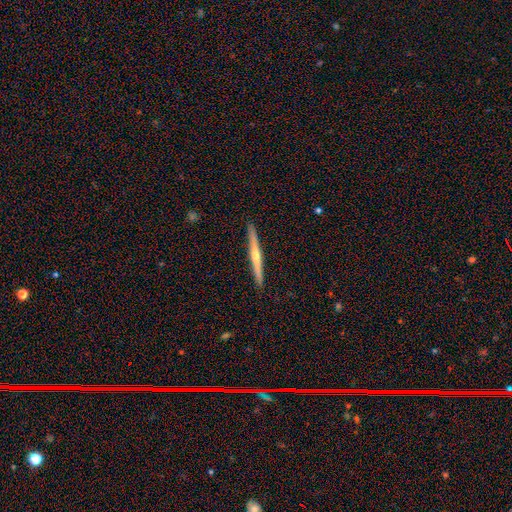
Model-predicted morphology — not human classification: Smooth or featured: featured or disk — 69% (smooth — 26%)
Edge-on disk: yes — 98% (no — 2%)
Edge-on bulge: rounded — 82% (none — 16%)
Merging: none — 92% (minor disturbance — 5%)